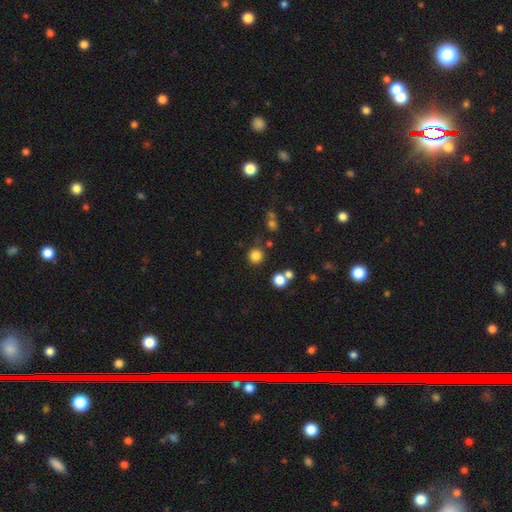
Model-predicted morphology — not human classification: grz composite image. It shows a smooth galaxy with no disk features (80%) that is round (93%). Merging: none (81%).